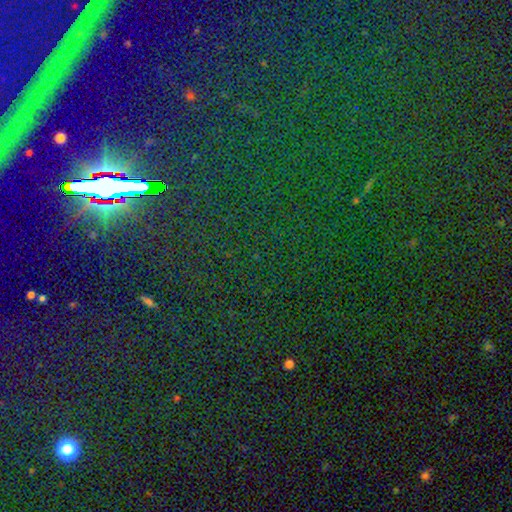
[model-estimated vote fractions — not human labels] Overall: star or artifact (83%).